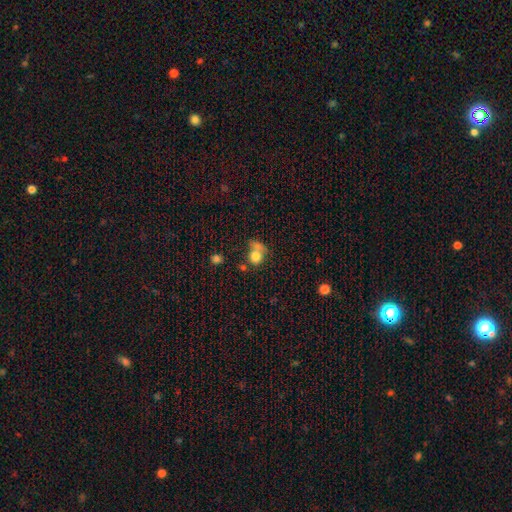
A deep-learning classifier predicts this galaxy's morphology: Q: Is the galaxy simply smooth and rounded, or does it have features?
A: smooth — 77%.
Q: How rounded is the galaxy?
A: round — 76%.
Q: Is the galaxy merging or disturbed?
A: merger — 40%.